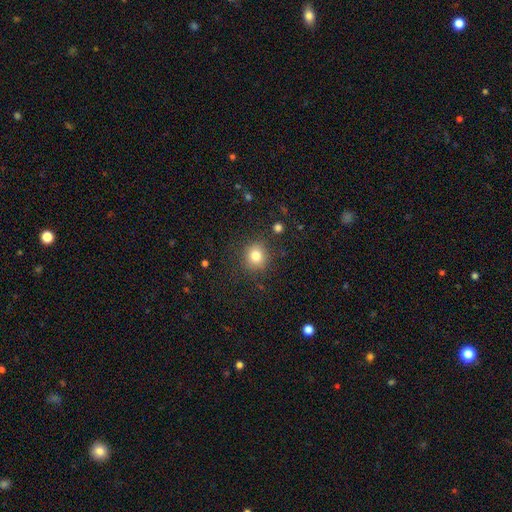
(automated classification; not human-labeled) This appears to be a smooth galaxy with no disk features (81%) that is round (86%). Merging: none (86%).